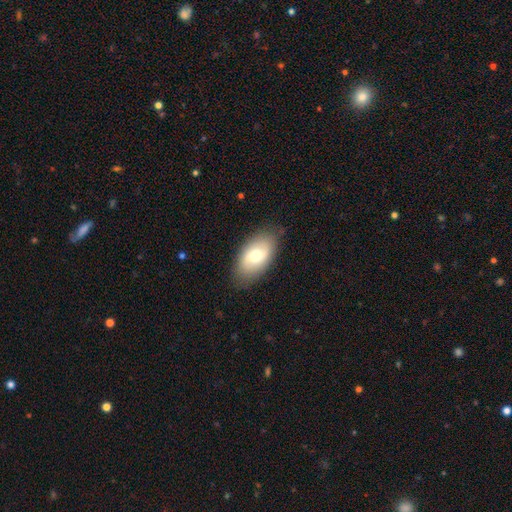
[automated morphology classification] type=smooth (65%); roundness=in between (93%); merging=none (82%).